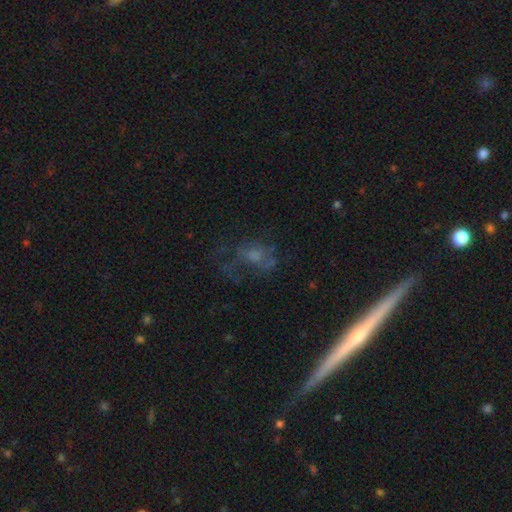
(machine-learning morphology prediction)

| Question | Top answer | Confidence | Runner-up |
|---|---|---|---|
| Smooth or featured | featured or disk | 43% | smooth (36%) |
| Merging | none | 42% | major disturbance (34%) |